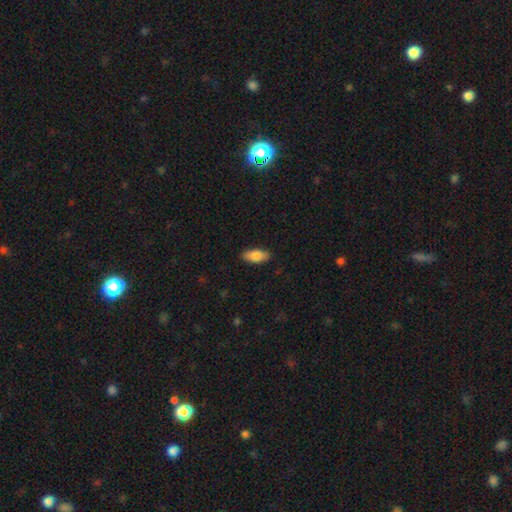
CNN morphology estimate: Smooth or featured? smooth (82%)
How rounded? in between (86%)
Merging? none (88%)